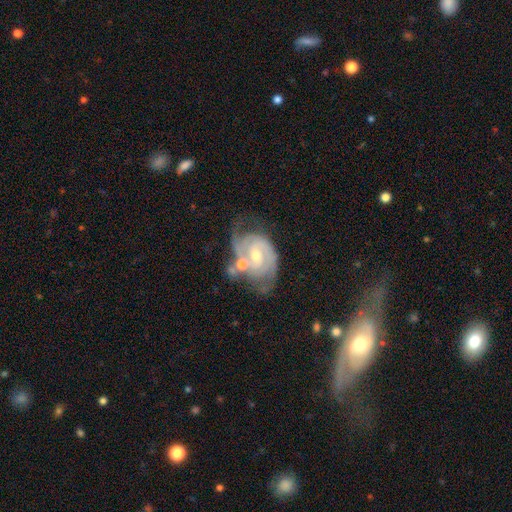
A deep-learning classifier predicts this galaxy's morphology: Smooth or featured?
  - featured or disk: 86% *
  - smooth: 8%
  - star or artifact: 6%
Edge-on disk?
  - no: 97% *
  - yes: 3%
Bar?
  - weak: 45% *
  - no: 41%
  - strong: 14%
Spiral arms?
  - yes: 95% *
  - no: 5%
Spiral winding?
  - tight: 51% *
  - medium: 39%
  - loose: 10%
Spiral arm count?
  - 2: 61% *
  - can't tell: 16%
  - 3: 14%
  - 1: 4%
  - 4: 3%
  - more than 4: 2%
Bulge size?
  - moderate: 49% *
  - small: 47%
  - large: 2%
  - none: 1%
  - dominant: 1%
Merging?
  - none: 44% *
  - merger: 23%
  - minor disturbance: 21%
  - major disturbance: 12%